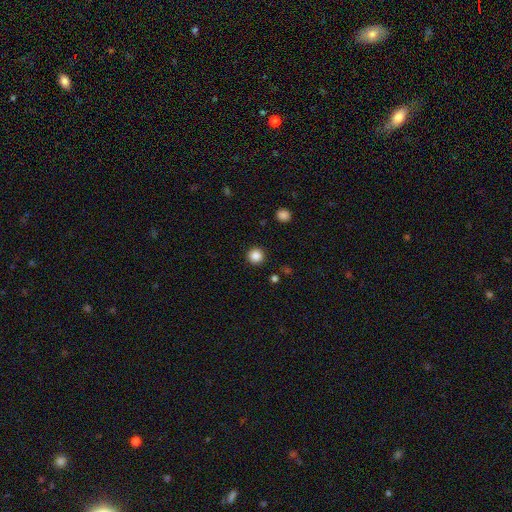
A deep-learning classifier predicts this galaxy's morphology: A smooth galaxy with no disk features (86%) that is round (96%).

Vote fractions:
- Smooth or featured? smooth: 86% / star or artifact: 11% / featured or disk: 3%
- How rounded? round: 96% / in between: 3% / cigar-shaped: 1%
- Merging? none: 92% / minor disturbance: 5% / major disturbance: 2% / merger: 1%